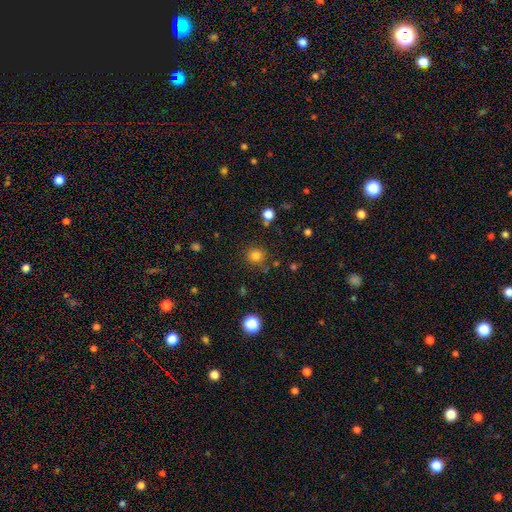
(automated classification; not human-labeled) Q: Smooth or featured?
A: smooth (81%); runner-up: star or artifact (14%)
Q: How rounded?
A: round (90%); runner-up: in between (9%)
Q: Merging?
A: none (84%); runner-up: minor disturbance (9%)